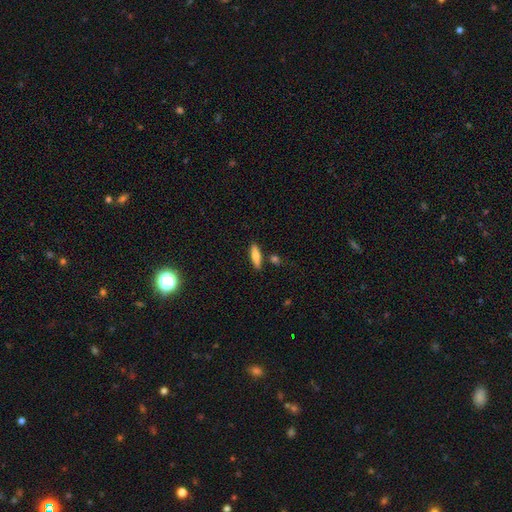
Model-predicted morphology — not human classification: Q: Smooth or featured?
A: smooth (71%); runner-up: featured or disk (23%)
Q: How rounded?
A: cigar-shaped (61%); runner-up: in between (37%)
Q: Merging?
A: none (83%); runner-up: minor disturbance (10%)